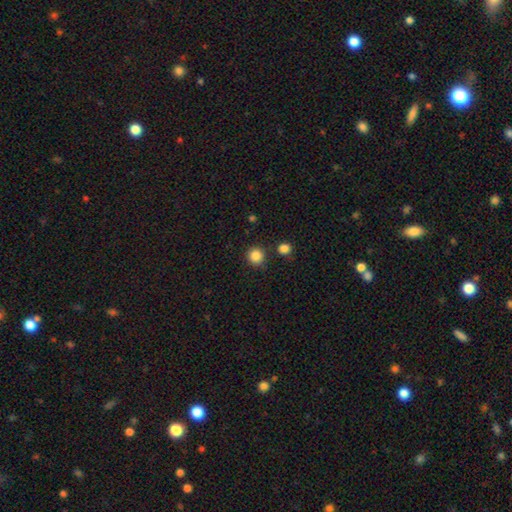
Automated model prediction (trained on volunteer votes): smooth 85%, star or artifact 11%, featured or disk 3%. Down the decision tree: how rounded — round (93%); merging — none (86%).